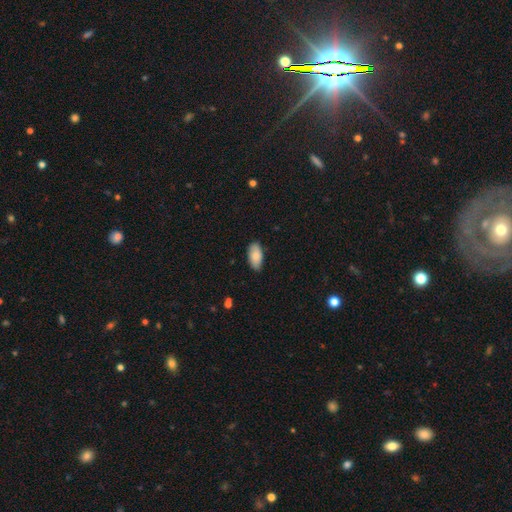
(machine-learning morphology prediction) Smooth or featured?
  - smooth: 84% *
  - featured or disk: 10%
  - star or artifact: 6%
How rounded?
  - in between: 94% *
  - cigar-shaped: 4%
  - round: 2%
Merging?
  - none: 84% *
  - minor disturbance: 12%
  - major disturbance: 2%
  - merger: 1%